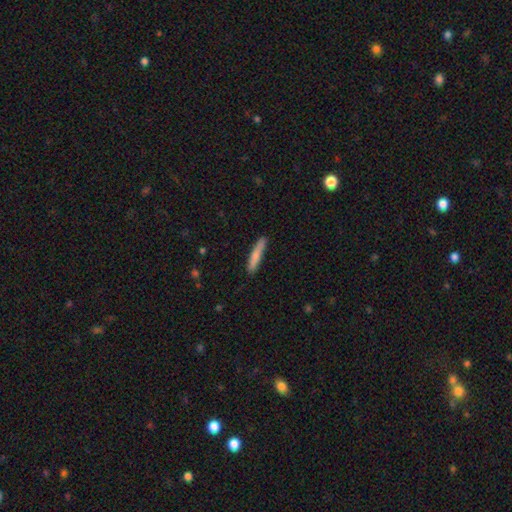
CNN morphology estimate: This is likely a smooth galaxy (76%). How rounded: clearly cigar-shaped (92%). Merging: clearly none (83%).